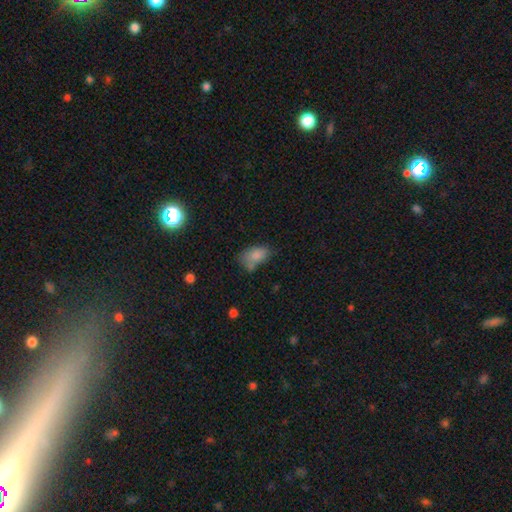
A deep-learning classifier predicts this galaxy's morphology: This is clearly a smooth galaxy (80%). How rounded: clearly in between (89%). Merging: possibly none (46%).